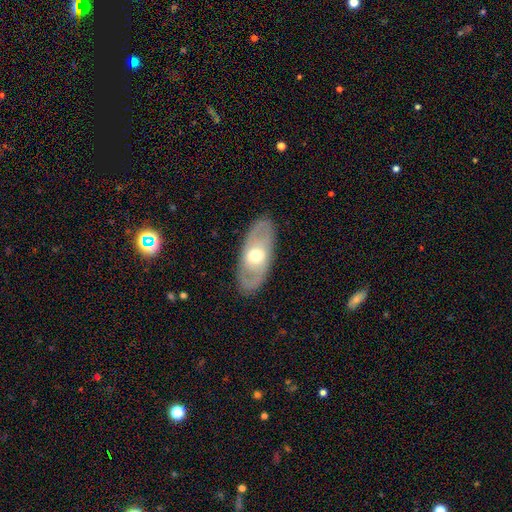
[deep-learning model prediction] Smooth or featured?
  - featured or disk: 58% *
  - smooth: 36%
  - star or artifact: 6%
Edge-on disk?
  - no: 84% *
  - yes: 16%
Merging?
  - none: 85% *
  - minor disturbance: 10%
  - major disturbance: 3%
  - merger: 1%